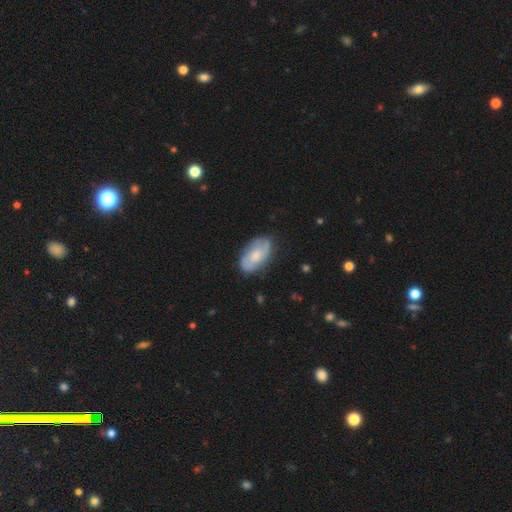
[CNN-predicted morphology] A featured or disk galaxy (55%) with no bar (60%), spiral arms (79%) and a moderate central bulge (47%).

Vote fractions:
- Smooth or featured? featured or disk: 55% / smooth: 38% / star or artifact: 6%
- Edge-on disk? no: 95% / yes: 5%
- Bar? no: 60% / weak: 34% / strong: 6%
- Spiral arms? yes: 79% / no: 21%
- Bulge size? moderate: 47% / small: 28% / large: 12% / none: 11% / dominant: 2%
- Merging? none: 74% / minor disturbance: 19% / major disturbance: 6% / merger: 2%